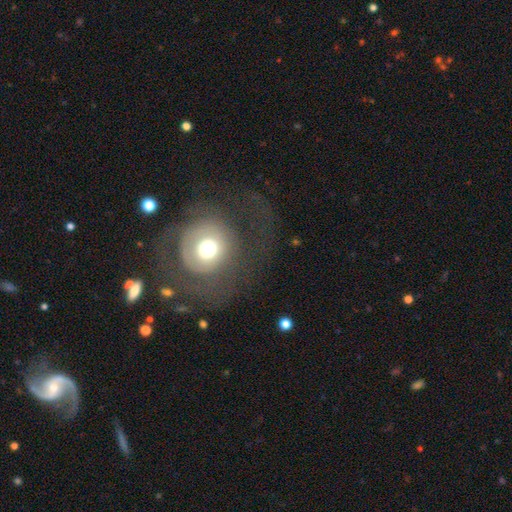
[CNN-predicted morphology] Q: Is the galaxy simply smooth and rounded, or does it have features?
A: featured or disk — 51%.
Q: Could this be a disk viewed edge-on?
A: no — 95%.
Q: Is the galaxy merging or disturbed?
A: none — 67%.